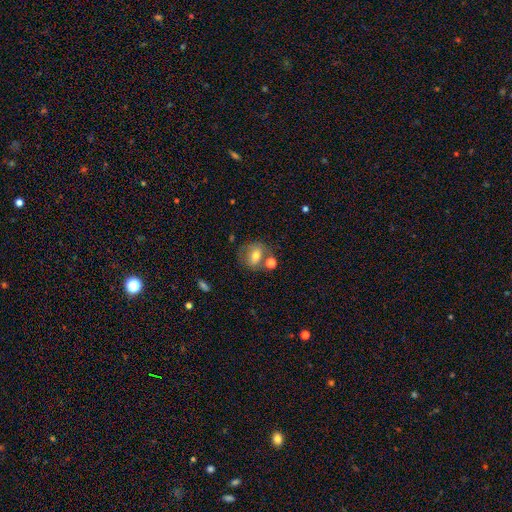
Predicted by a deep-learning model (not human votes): smooth 63%, featured or disk 27%, star or artifact 10%. Down the decision tree: how rounded — round (53%); merging — none (58%).